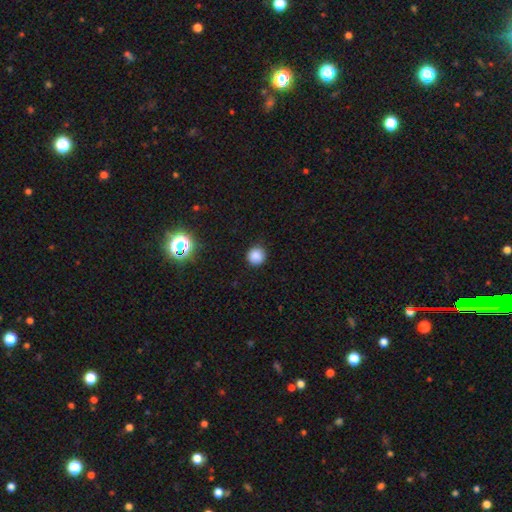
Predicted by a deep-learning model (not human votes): This is clearly a smooth galaxy (84%). How rounded: clearly round (94%). Merging: clearly none (88%).